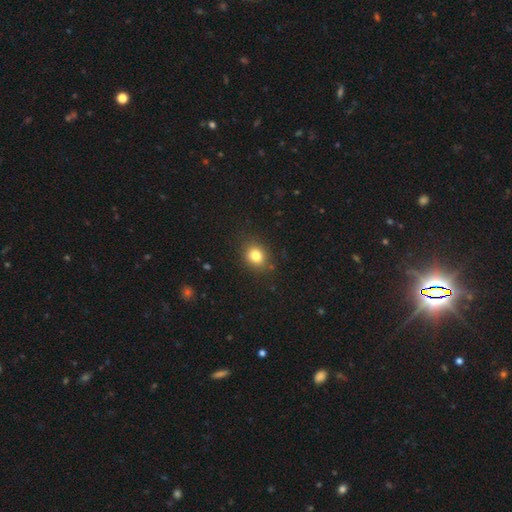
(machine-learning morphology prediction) smooth-or-featured: smooth: 81% | star or artifact: 12% | featured or disk: 7%
  how-rounded: round: 61% | in between: 38% | cigar-shaped: 1%
  merging: none: 84% | minor disturbance: 11% | major disturbance: 3% | merger: 2%